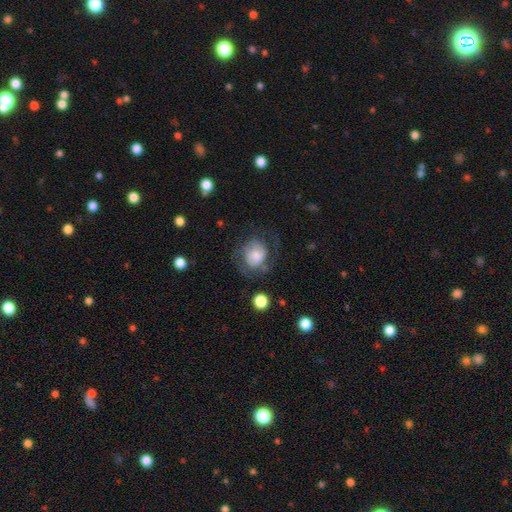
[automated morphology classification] type=featured or disk (48%); merging=none (48%).